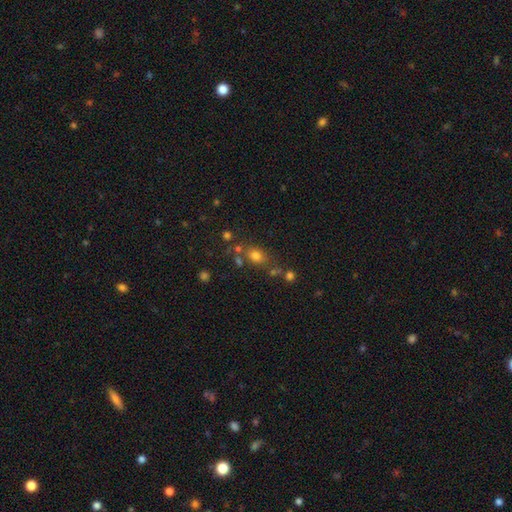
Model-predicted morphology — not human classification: Smooth or featured? Predicted: smooth (p=0.70). How rounded? Predicted: in between (p=0.52). Merging? Predicted: none (p=0.64).